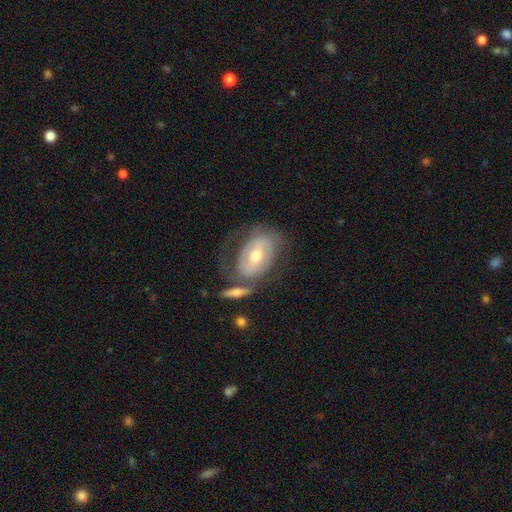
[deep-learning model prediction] Smooth or featured? Predicted: featured or disk (p=0.66). Edge-on disk? Predicted: no (p=0.93). Bar? Predicted: weak (p=0.41). Spiral arms? Predicted: yes (p=0.65). Bulge size? Predicted: moderate (p=0.63). Merging? Predicted: none (p=0.44).